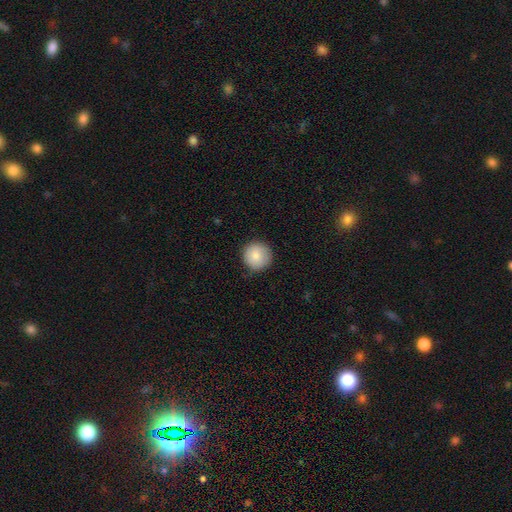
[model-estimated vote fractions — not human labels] smooth_or_featured: smooth (p=0.85) [alt: star or artifact p=0.08]
how_rounded: round (p=0.95) [alt: in between p=0.04]
merging: none (p=0.86) [alt: minor disturbance p=0.10]